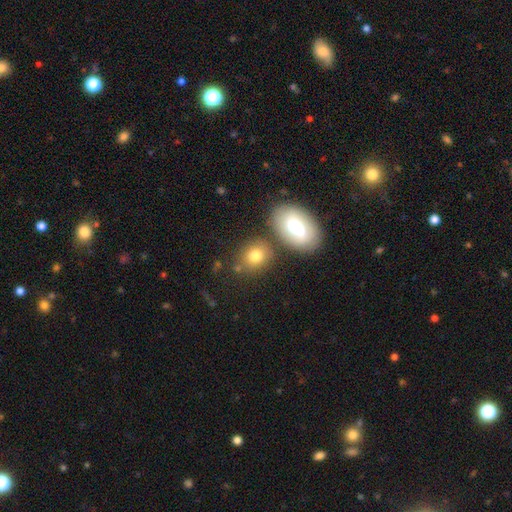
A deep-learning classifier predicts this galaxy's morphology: Smooth or featured: smooth — 79% (featured or disk — 13%)
How rounded: round — 54% (in between — 45%)
Merging: none — 65% (merger — 18%)